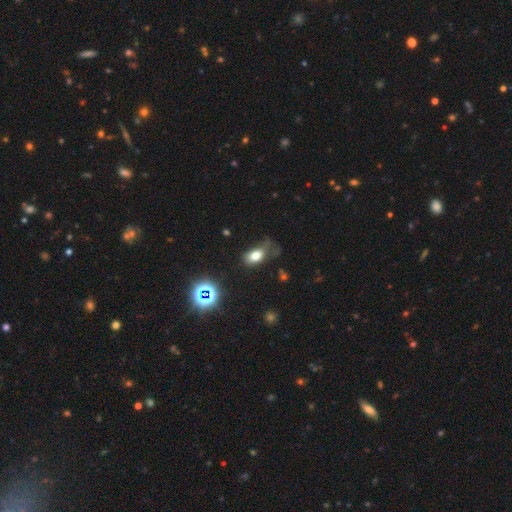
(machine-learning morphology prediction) This appears to be a smooth galaxy with no disk features (73%) that is in between round and cigar-shaped (85%). Merging: none (36%).